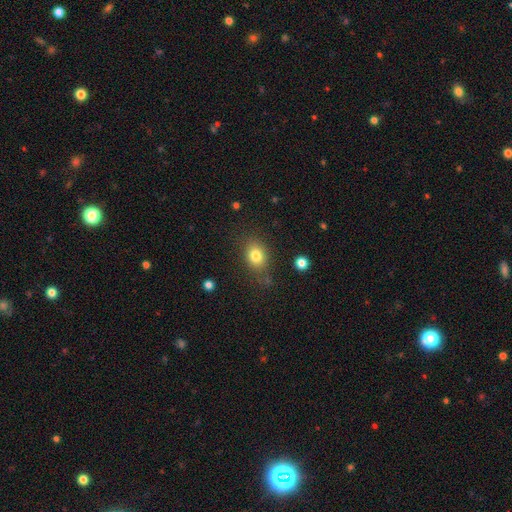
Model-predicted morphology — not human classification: Smooth or featured?
  - smooth: 80% *
  - star or artifact: 11%
  - featured or disk: 9%
How rounded?
  - in between: 60% *
  - round: 39%
  - cigar-shaped: 1%
Merging?
  - none: 75% *
  - minor disturbance: 16%
  - major disturbance: 6%
  - merger: 3%